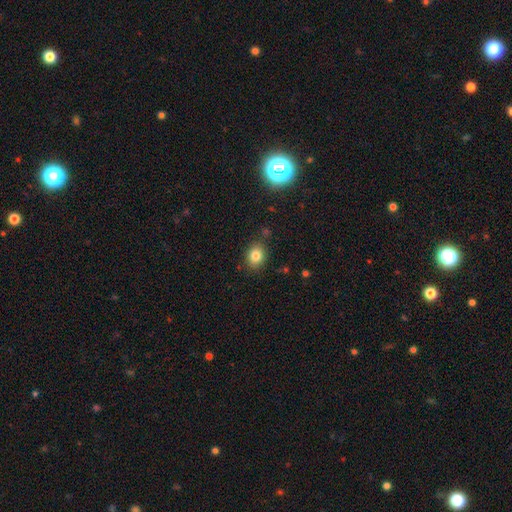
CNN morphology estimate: Smooth or featured: smooth — 82% (star or artifact — 11%)
How rounded: in between — 51% (round — 48%)
Merging: none — 84% (minor disturbance — 11%)